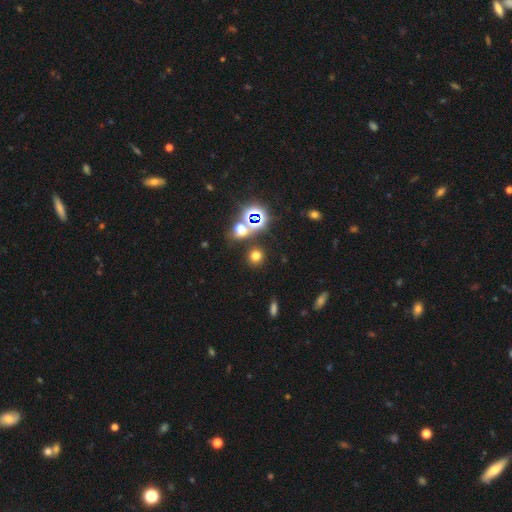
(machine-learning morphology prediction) A smooth galaxy with no disk features (65%) that is round (87%). Merging: none (84%).